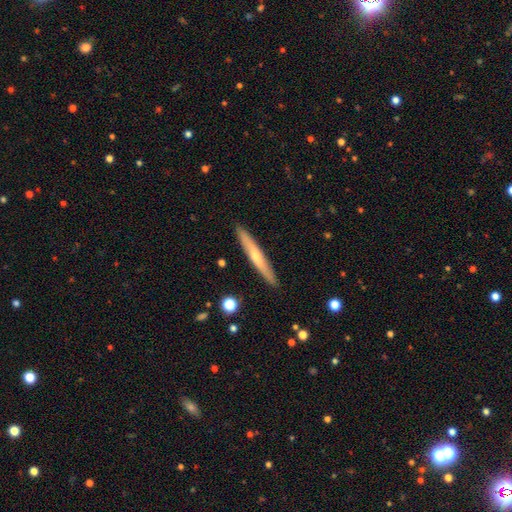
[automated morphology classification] Smooth or featured?
  - featured or disk: 48% *
  - smooth: 46%
  - star or artifact: 6%
Merging?
  - none: 90% *
  - minor disturbance: 7%
  - major disturbance: 1%
  - merger: 1%